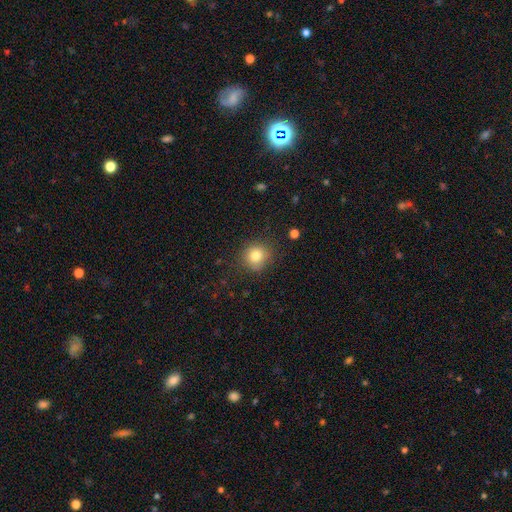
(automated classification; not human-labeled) Morphology: type=smooth (81%); roundness=round (88%); merging=none (84%).